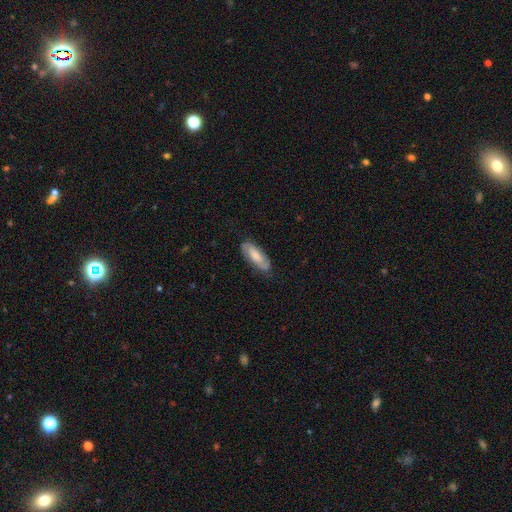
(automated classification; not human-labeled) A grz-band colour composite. It shows a smooth galaxy with no disk features (49%). Merging: none (77%).